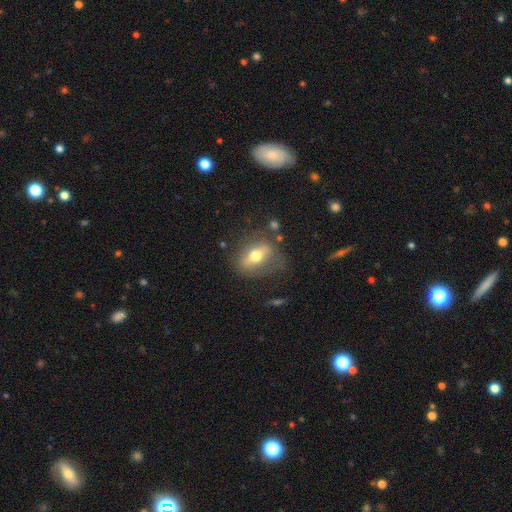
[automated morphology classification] Overall: featured or disk (48%; smooth 44%). Merging: none (66%).